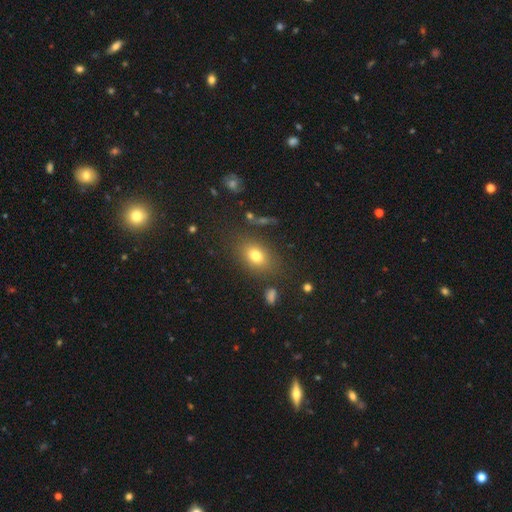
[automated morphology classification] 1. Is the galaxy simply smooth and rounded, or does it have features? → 76% smooth, 12% star or artifact, 12% featured or disk.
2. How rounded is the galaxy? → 75% in between, 23% round, 2% cigar-shaped.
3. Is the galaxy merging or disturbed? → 79% none, 12% minor disturbance, 5% major disturbance, 3% merger.